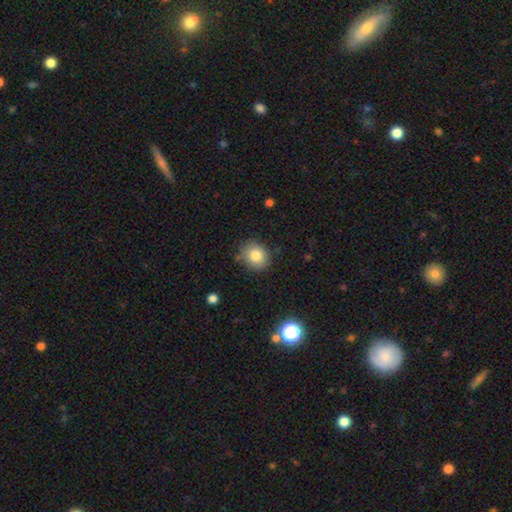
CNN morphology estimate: Q: Smooth or featured?
A: smooth (81%); runner-up: star or artifact (11%)
Q: How rounded?
A: round (74%); runner-up: in between (25%)
Q: Merging?
A: none (82%); runner-up: minor disturbance (12%)